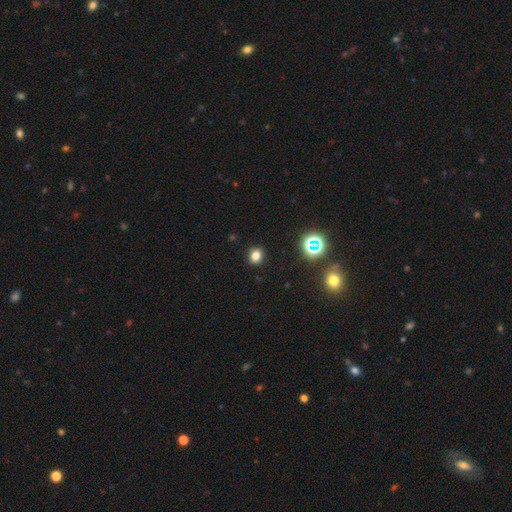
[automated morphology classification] Smooth or featured: smooth — 77% (star or artifact — 18%)
How rounded: round — 68% (in between — 31%)
Merging: none — 90% (minor disturbance — 7%)